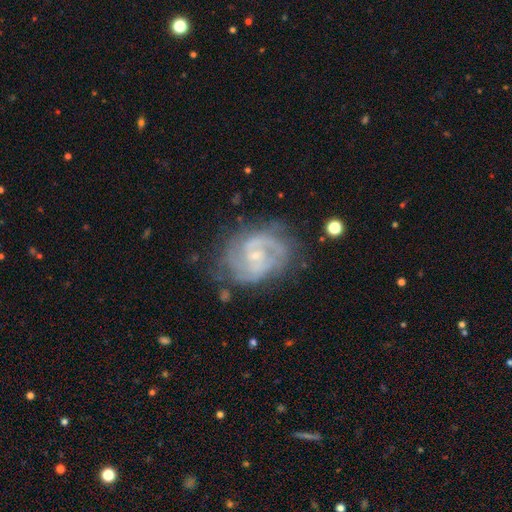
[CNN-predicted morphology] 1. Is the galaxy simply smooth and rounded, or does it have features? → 84% featured or disk, 10% smooth, 6% star or artifact.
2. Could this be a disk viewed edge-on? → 98% no, 2% yes.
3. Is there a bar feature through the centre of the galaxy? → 56% no, 38% weak, 7% strong.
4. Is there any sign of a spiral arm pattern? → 94% yes, 6% no.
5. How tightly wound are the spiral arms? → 45% tight, 43% medium, 12% loose.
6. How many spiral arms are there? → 56% 2, 21% can't tell, 12% 3, 4% 1, 4% 4, 3% more than 4.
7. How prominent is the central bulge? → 74% small, 20% moderate, 4% none, 1% large, 1% dominant.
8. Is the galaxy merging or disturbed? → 66% none, 21% minor disturbance, 10% major disturbance, 2% merger.